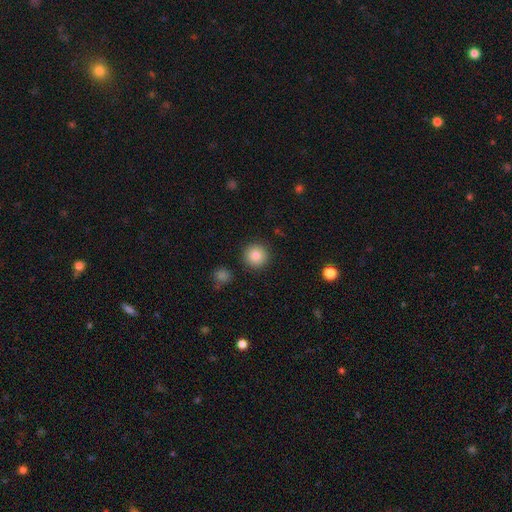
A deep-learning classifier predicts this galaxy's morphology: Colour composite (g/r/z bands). It shows a smooth galaxy with no disk features (85%) that is round (95%). Merging: none (90%).